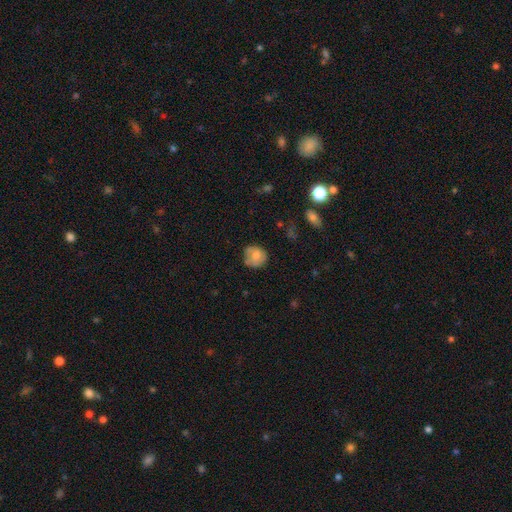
A smooth galaxy with no disk features (69%) that is round (78%).

Vote fractions:
- Smooth or featured? smooth: 69% / featured or disk: 23% / star or artifact: 8%
- How rounded? round: 78% / in between: 22% / cigar-shaped: 0%
- Merging? none: 47% / minor disturbance: 44% / merger: 6% / major disturbance: 3%